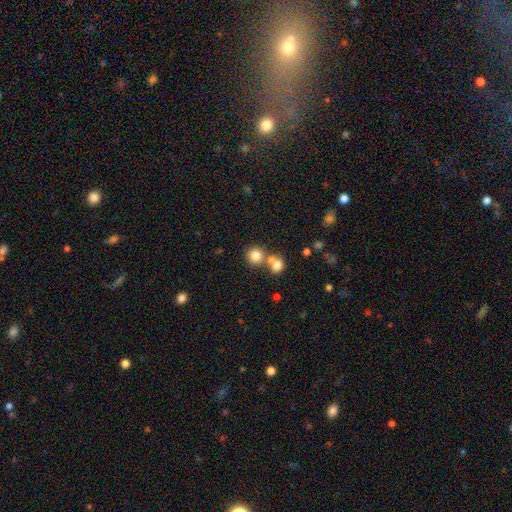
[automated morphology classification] This appears to be a smooth galaxy with no disk features (79%) that is round (89%). Merging: none (55%).